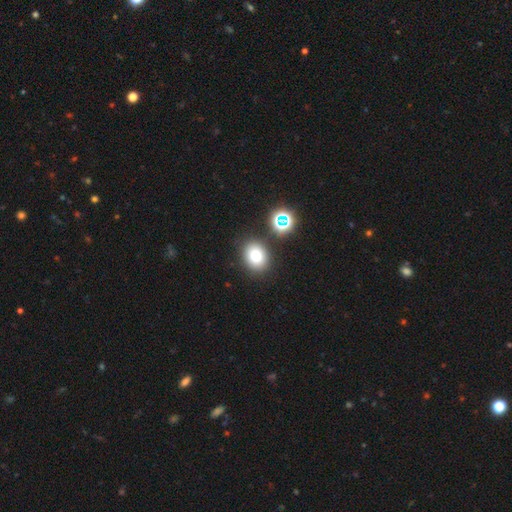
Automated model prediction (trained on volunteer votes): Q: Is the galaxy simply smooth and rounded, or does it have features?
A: smooth — 76%.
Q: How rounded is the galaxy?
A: round — 58%.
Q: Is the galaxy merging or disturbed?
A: none — 84%.